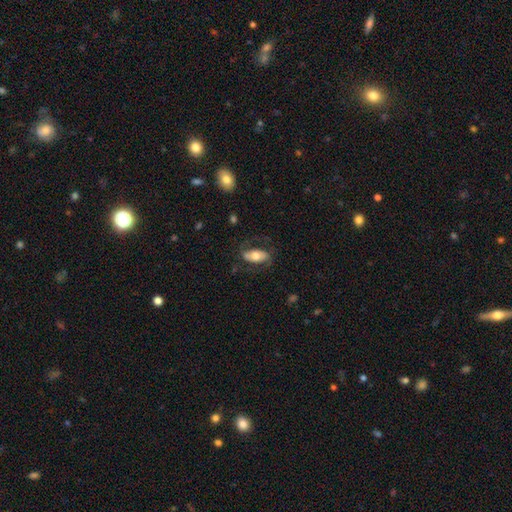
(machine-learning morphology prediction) The model was most divided on "smooth or featured": smooth: 50%, featured or disk: 44%, star or artifact: 6%. More confident: merging — none (67%).